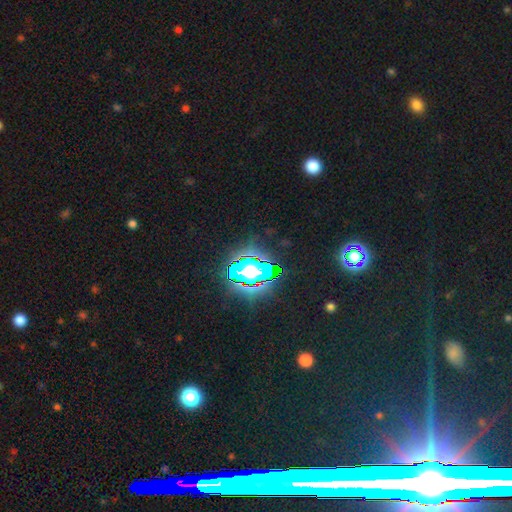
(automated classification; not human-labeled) Smooth or featured? Predicted: star or artifact (p=0.77).